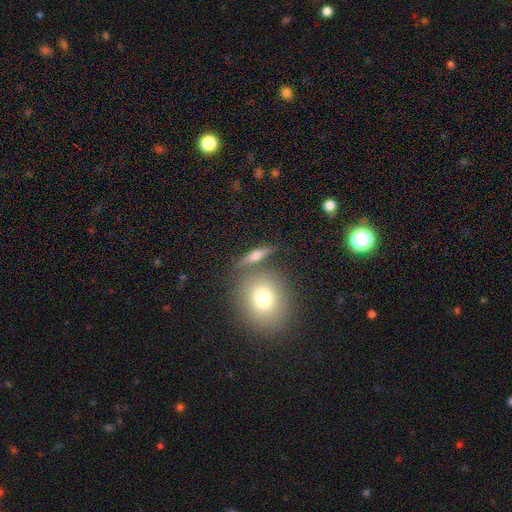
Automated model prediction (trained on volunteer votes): The model was most divided on "how rounded": cigar-shaped: 47%, in between: 33%, round: 20%. More confident: merging — none (72%); smooth or featured — smooth (55%).